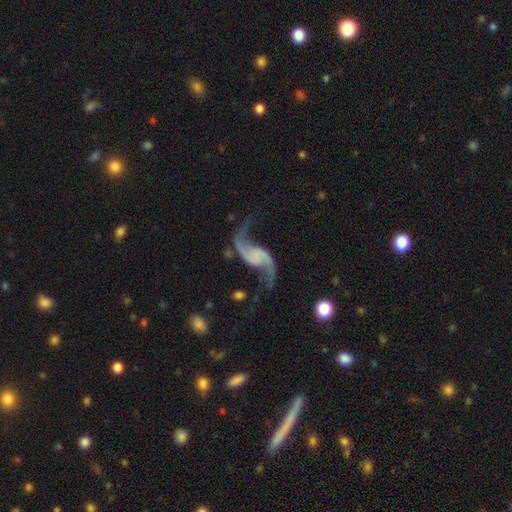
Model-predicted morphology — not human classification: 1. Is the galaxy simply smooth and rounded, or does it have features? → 91% featured or disk, 5% star or artifact, 4% smooth.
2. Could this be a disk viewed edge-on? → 97% no, 3% yes.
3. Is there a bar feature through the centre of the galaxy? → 55% no, 33% weak, 12% strong.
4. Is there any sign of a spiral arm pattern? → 97% yes, 3% no.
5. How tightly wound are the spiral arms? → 91% loose, 7% medium, 2% tight.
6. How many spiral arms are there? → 94% 2, 2% 1, 1% can't tell, 1% 3, 1% 4, 1% more than 4.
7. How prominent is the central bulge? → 64% none, 20% small, 8% moderate, 6% large, 2% dominant.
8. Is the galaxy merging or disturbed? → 72% none, 14% minor disturbance, 11% major disturbance, 3% merger.